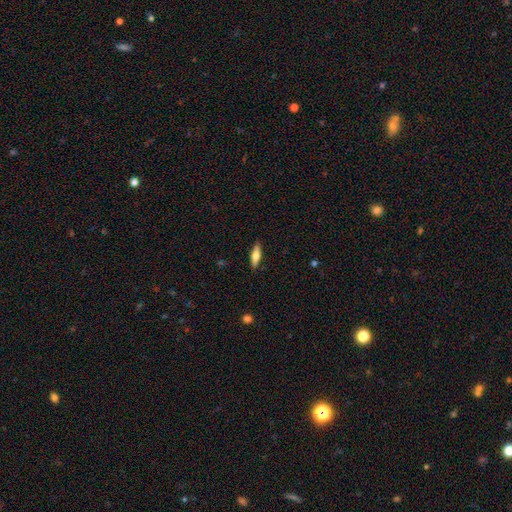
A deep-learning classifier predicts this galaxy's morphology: Smooth or featured? smooth (53%)
How rounded? cigar-shaped (58%)
Merging? none (89%)